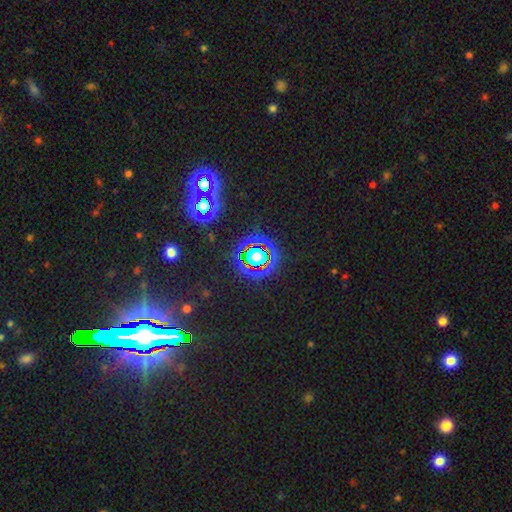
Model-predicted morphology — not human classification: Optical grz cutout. It shows a star or artifact, not a galaxy (69%).